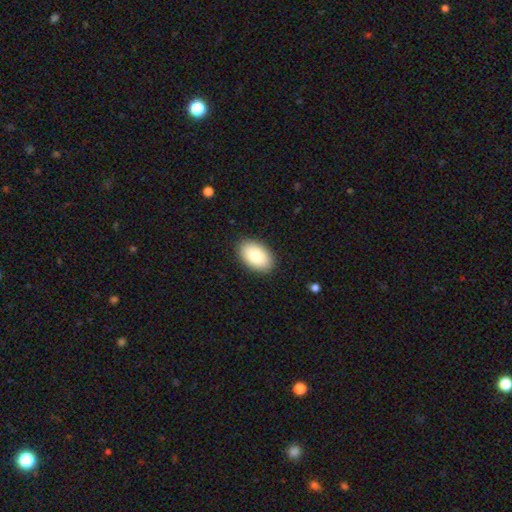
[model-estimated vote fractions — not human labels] Overall: smooth (84%). How rounded: in between (92%). Merging: none (89%).